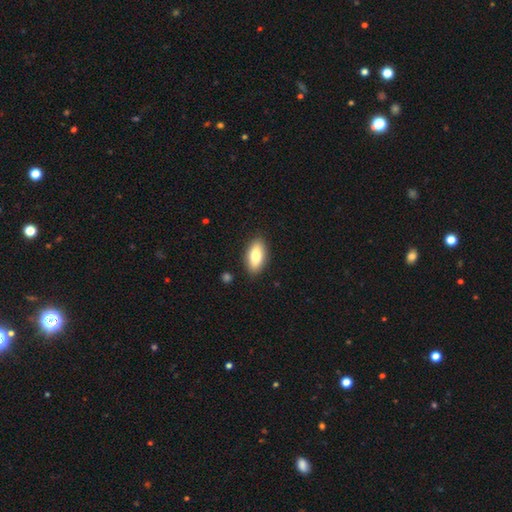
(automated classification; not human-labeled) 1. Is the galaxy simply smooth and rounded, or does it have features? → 77% smooth, 16% featured or disk, 7% star or artifact.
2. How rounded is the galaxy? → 88% in between, 8% cigar-shaped, 4% round.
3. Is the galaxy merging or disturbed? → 88% none, 9% minor disturbance, 2% major disturbance, 1% merger.